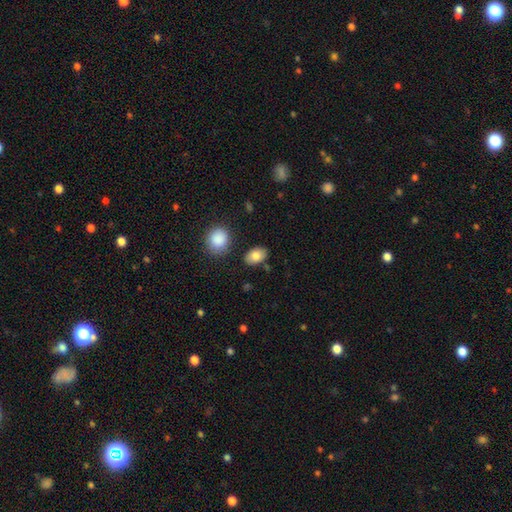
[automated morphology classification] The model was most divided on "merging": none: 83%, minor disturbance: 11%, merger: 4%, major disturbance: 3%. More confident: how rounded — in between (86%); smooth or featured — smooth (82%).